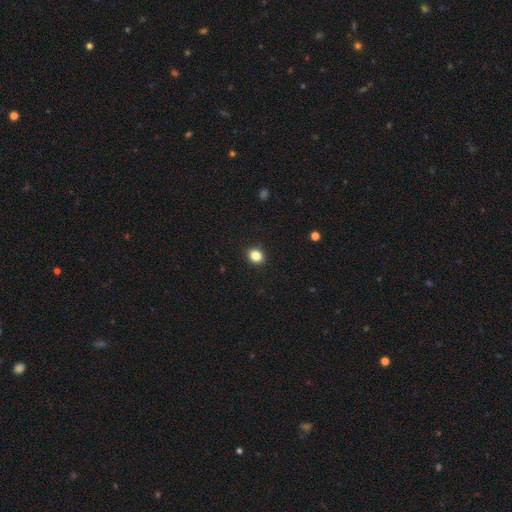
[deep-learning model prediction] Q: Smooth or featured?
A: smooth (85%); runner-up: star or artifact (10%)
Q: How rounded?
A: round (54%); runner-up: in between (46%)
Q: Merging?
A: none (91%); runner-up: minor disturbance (6%)